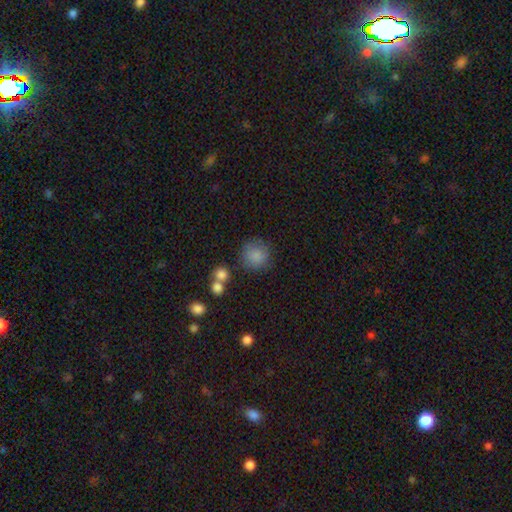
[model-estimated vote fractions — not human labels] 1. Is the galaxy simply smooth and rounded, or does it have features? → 84% smooth, 9% star or artifact, 7% featured or disk.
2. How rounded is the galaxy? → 92% round, 7% in between, 1% cigar-shaped.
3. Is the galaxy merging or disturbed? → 75% none, 12% minor disturbance, 8% merger, 5% major disturbance.